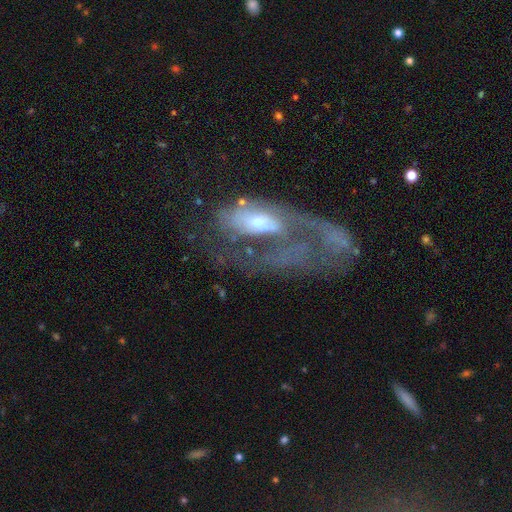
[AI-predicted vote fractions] smooth_or_featured: featured or disk (p=0.77) [alt: smooth p=0.13]
disk_edge_on: no (p=0.93) [alt: yes p=0.07]
bar: no (p=0.55) [alt: weak p=0.32]
has_spiral_arms: yes (p=0.76) [alt: no p=0.24]
spiral_winding: medium (p=0.41) [alt: tight p=0.31]
spiral_arm_count: 1 (p=0.52) [alt: 2 p=0.23]
bulge_size: moderate (p=0.48) [alt: small p=0.36]
merging: major disturbance (p=0.46) [alt: none p=0.29]